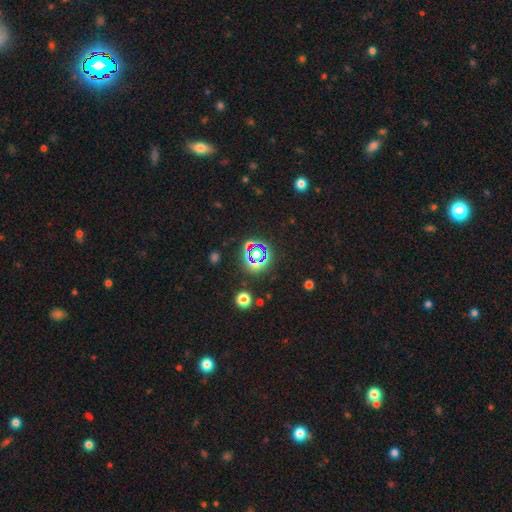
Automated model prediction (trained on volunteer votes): Q: Smooth or featured?
A: star or artifact (66%); runner-up: smooth (23%)